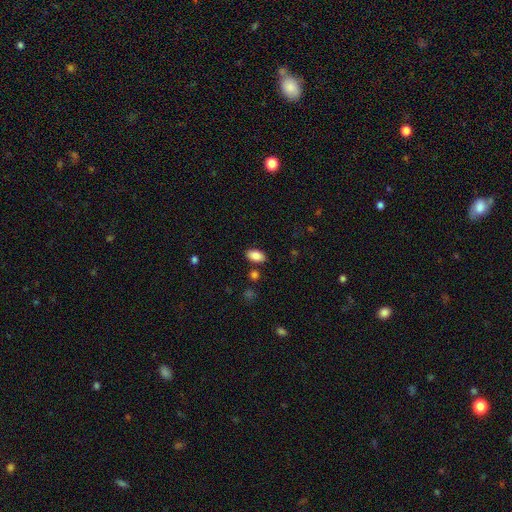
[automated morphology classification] Smooth or featured: smooth — 88% (star or artifact — 8%)
How rounded: in between — 93% (round — 5%)
Merging: none — 84% (minor disturbance — 10%)